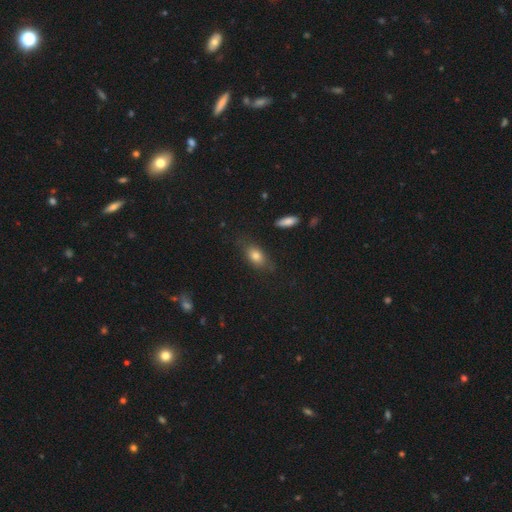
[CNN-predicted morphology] type=smooth (78%); roundness=in between (81%); merging=none (73%).